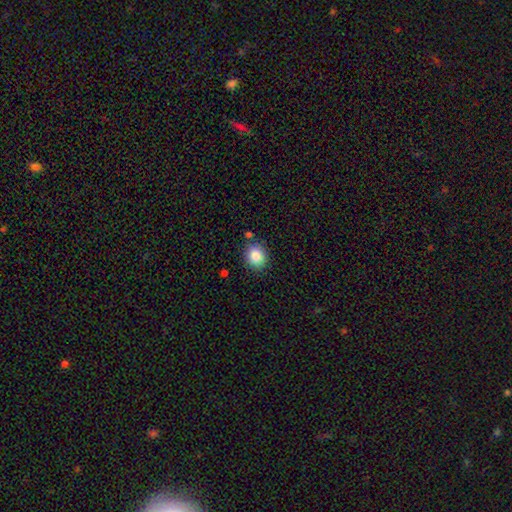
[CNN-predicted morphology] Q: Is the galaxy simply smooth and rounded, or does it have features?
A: smooth — 85%.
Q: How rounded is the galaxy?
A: round — 69%.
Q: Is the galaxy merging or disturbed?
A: none — 84%.